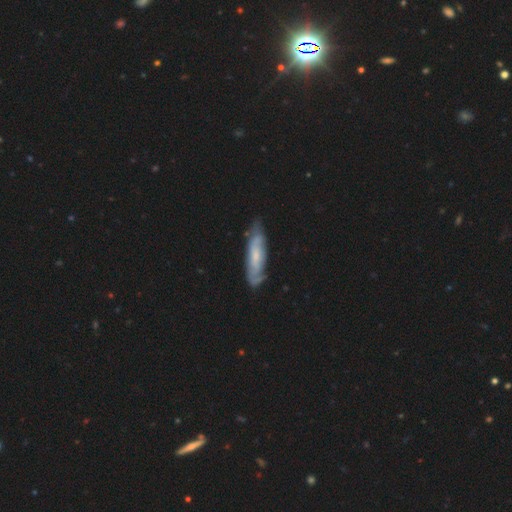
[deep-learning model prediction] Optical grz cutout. It shows a featured or disk galaxy (60%). Merging: none (72%).